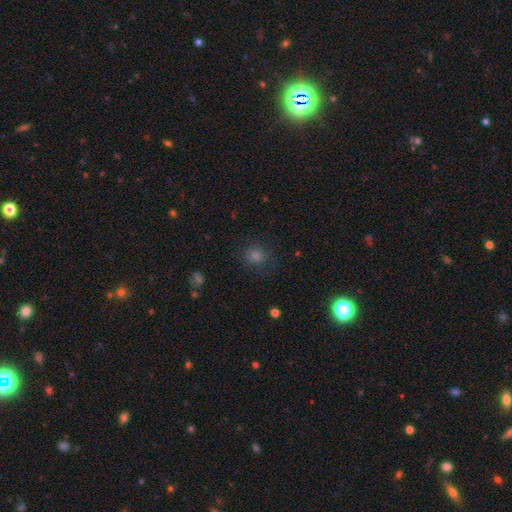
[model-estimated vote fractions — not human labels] Smooth or featured: smooth — 66% (star or artifact — 26%)
How rounded: round — 86% (in between — 13%)
Merging: none — 85% (minor disturbance — 10%)